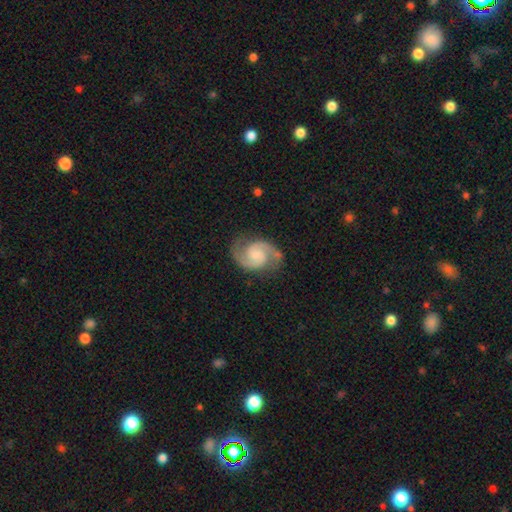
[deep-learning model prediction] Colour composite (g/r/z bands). It shows a featured or disk galaxy (90%) with no bar (54%), 2 (94%) medium (60%) spiral arms (98%) and a small central bulge (36%). Merging: none (80%).